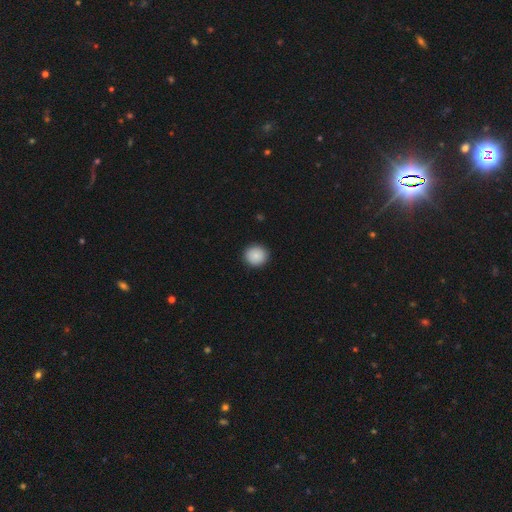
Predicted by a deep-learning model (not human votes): This is clearly a smooth galaxy (87%). How rounded: clearly round (91%). Merging: clearly none (92%).